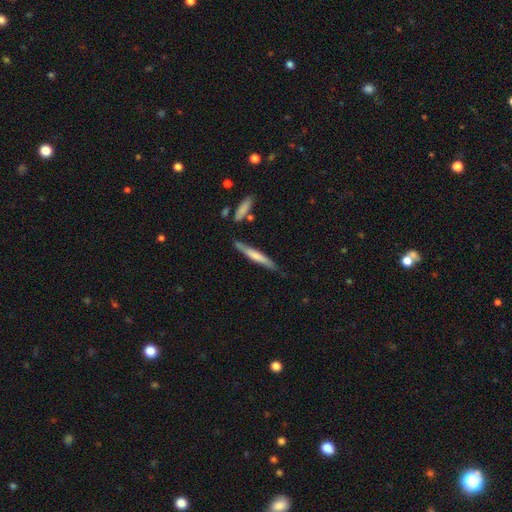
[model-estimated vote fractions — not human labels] The model was most divided on "smooth or featured": smooth: 57%, featured or disk: 38%, star or artifact: 5%. More confident: how rounded — cigar-shaped (94%); merging — none (78%).